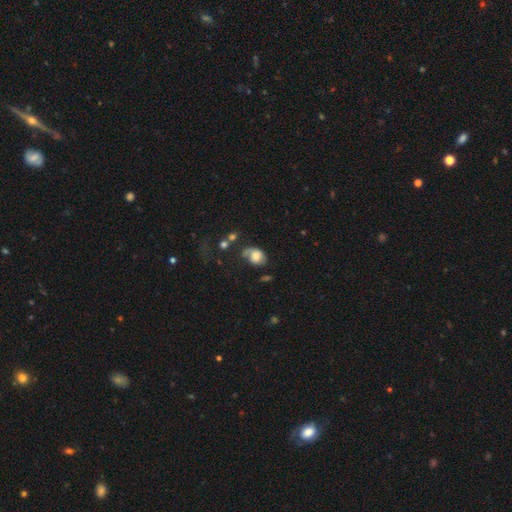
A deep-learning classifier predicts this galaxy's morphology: A smooth galaxy with no disk features (62%) that is in between round and cigar-shaped (70%). Merging: none (42%).